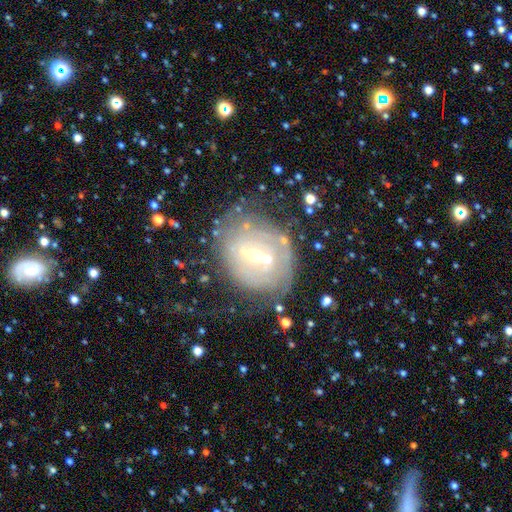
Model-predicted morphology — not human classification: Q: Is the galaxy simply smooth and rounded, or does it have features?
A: featured or disk — 71%.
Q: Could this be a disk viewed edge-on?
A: no — 95%.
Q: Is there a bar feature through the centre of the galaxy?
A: weak — 46%.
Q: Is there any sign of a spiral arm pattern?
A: yes — 62%.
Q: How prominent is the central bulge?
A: moderate — 51%.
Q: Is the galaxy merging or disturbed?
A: none — 52%.